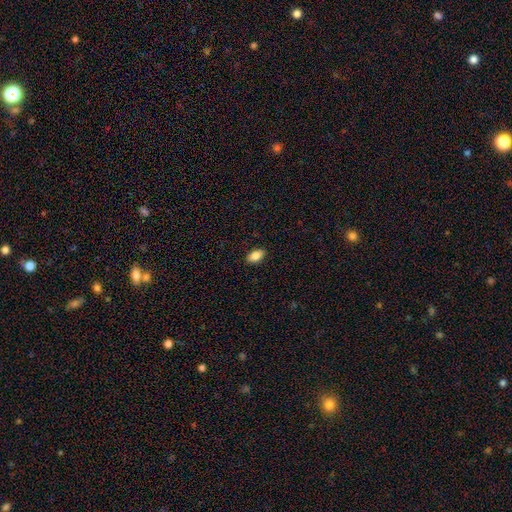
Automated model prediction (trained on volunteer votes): Smooth or featured? Predicted: smooth (p=0.87). How rounded? Predicted: in between (p=0.91). Merging? Predicted: none (p=0.89).